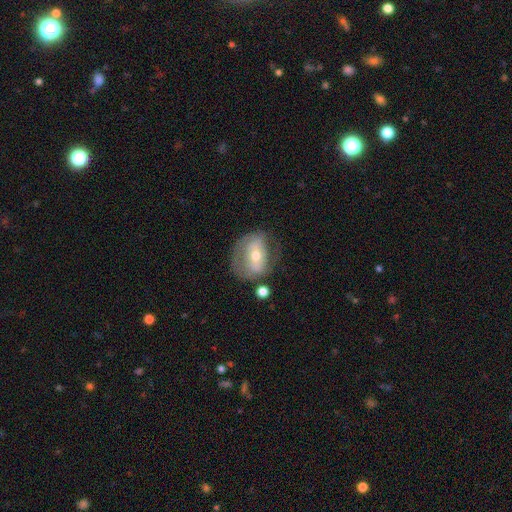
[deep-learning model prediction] smooth_or_featured: featured or disk (p=0.60) [alt: smooth p=0.31]
disk_edge_on: no (p=0.93) [alt: yes p=0.07]
bar: strong (p=0.35) [alt: no p=0.33]
has_spiral_arms: yes (p=0.53) [alt: no p=0.47]
bulge_size: moderate (p=0.57) [alt: small p=0.38]
merging: none (p=0.53) [alt: minor disturbance p=0.24]